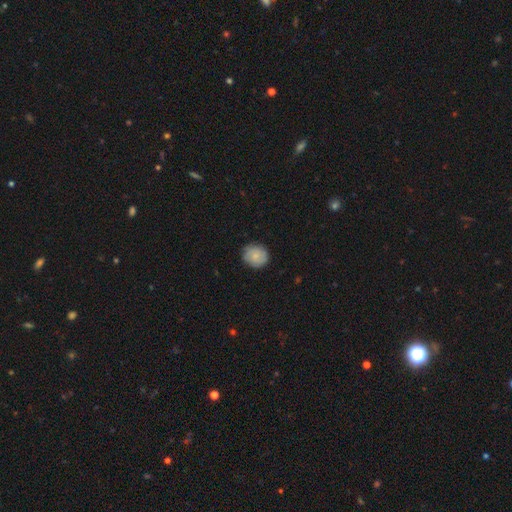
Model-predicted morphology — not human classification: Q: Smooth or featured?
A: smooth (73%); runner-up: featured or disk (20%)
Q: How rounded?
A: round (82%); runner-up: in between (17%)
Q: Merging?
A: none (84%); runner-up: minor disturbance (12%)